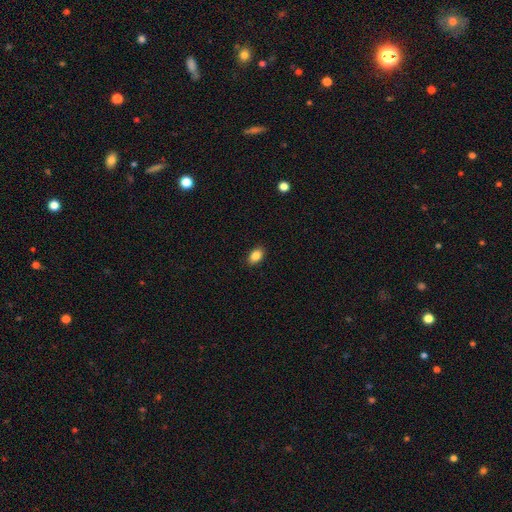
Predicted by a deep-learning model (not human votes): A smooth galaxy with no disk features (87%) that is in between round and cigar-shaped (87%). Merging: none (90%).